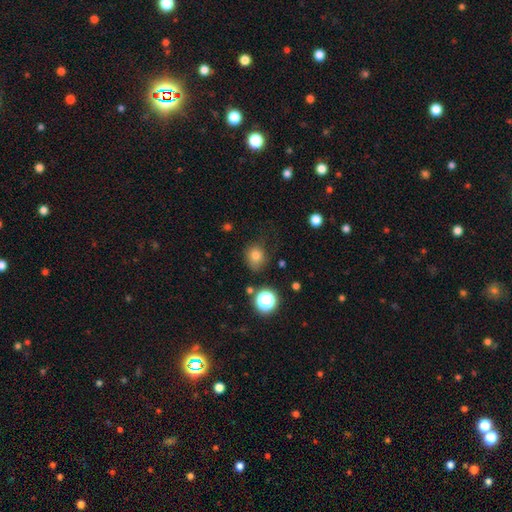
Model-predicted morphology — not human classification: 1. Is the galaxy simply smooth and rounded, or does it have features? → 77% smooth, 16% star or artifact, 8% featured or disk.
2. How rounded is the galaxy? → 75% round, 25% in between, 1% cigar-shaped.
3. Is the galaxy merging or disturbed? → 73% none, 19% minor disturbance, 6% major disturbance, 3% merger.